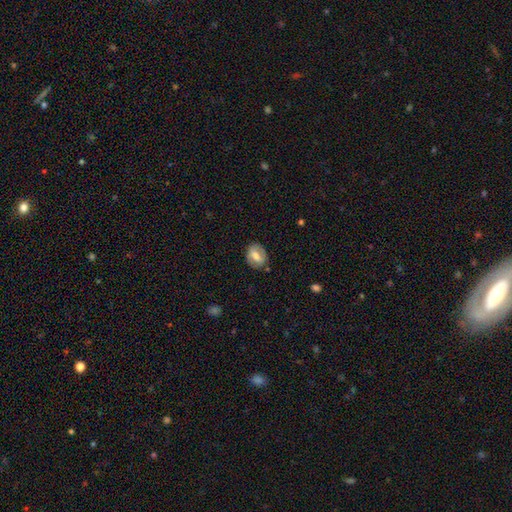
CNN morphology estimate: Overall: smooth (52%; featured or disk 41%). How rounded: in between (62%; round 36%). Merging: none (78%).